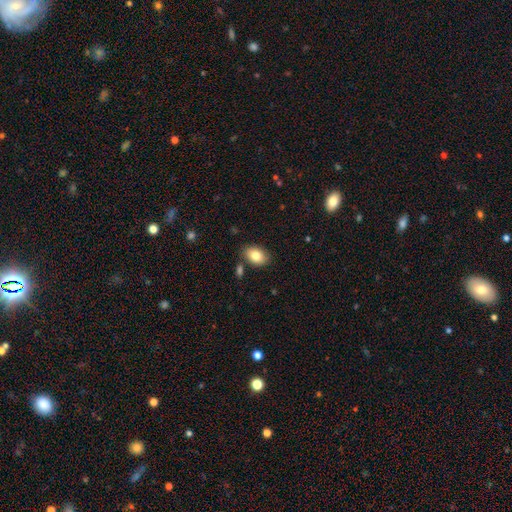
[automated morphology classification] Smooth or featured?
  - smooth: 83% *
  - featured or disk: 10%
  - star or artifact: 7%
How rounded?
  - in between: 87% *
  - round: 12%
  - cigar-shaped: 1%
Merging?
  - none: 82% *
  - minor disturbance: 11%
  - merger: 5%
  - major disturbance: 3%